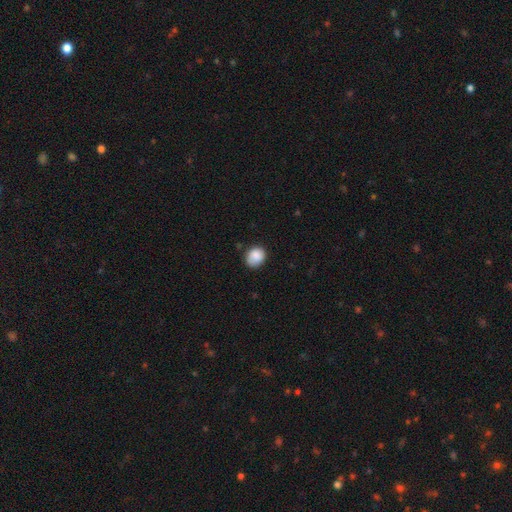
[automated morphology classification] Overall: smooth (86%). How rounded: round (59%; in between 40%). Merging: none (74%).